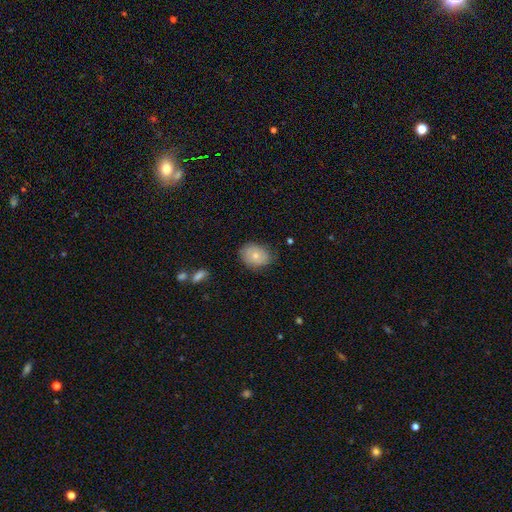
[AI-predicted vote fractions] smooth_or_featured: smooth (p=0.70) [alt: featured or disk p=0.23]
how_rounded: in between (p=0.57) [alt: round p=0.42]
merging: none (p=0.73) [alt: minor disturbance p=0.21]